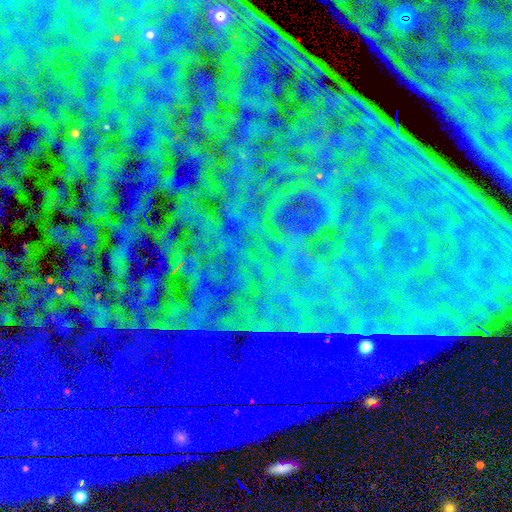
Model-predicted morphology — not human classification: A star or artifact, not a galaxy (87%).

Vote fractions:
- Smooth or featured? star or artifact: 87% / featured or disk: 7% / smooth: 6%